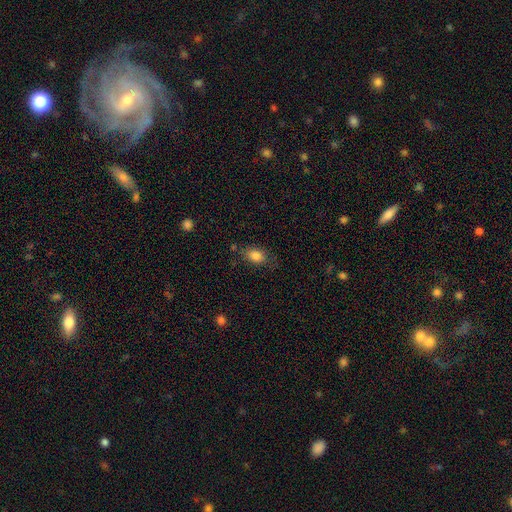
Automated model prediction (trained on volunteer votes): Smooth or featured: smooth — 83% (star or artifact — 9%)
How rounded: in between — 81% (round — 17%)
Merging: none — 74% (minor disturbance — 18%)